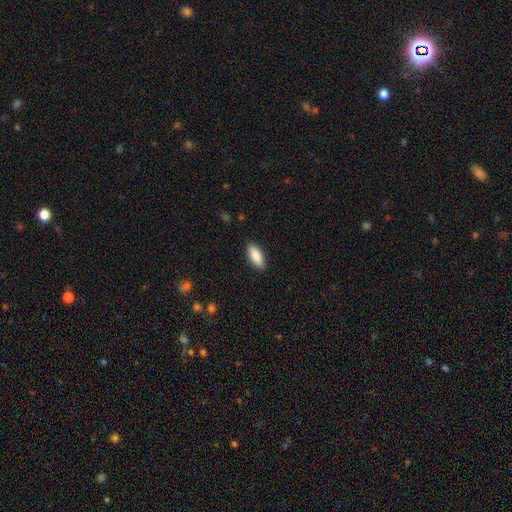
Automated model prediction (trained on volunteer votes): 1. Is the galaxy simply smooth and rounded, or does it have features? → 88% smooth, 6% featured or disk, 6% star or artifact.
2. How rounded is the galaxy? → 79% in between, 19% cigar-shaped, 2% round.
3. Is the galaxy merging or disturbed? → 89% none, 8% minor disturbance, 2% major disturbance, 1% merger.